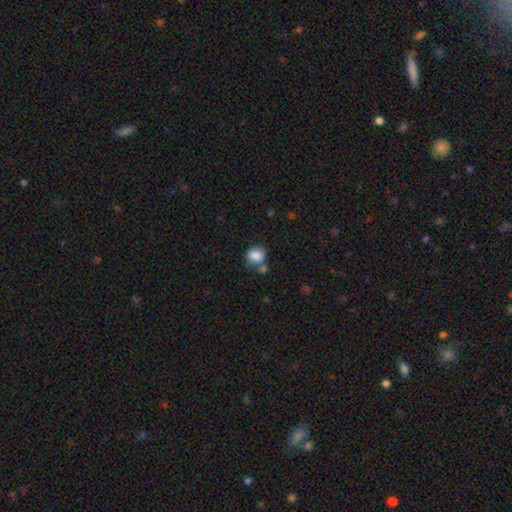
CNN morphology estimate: This appears to be a smooth galaxy with no disk features (84%) that is round (62%). Merging: none (59%).